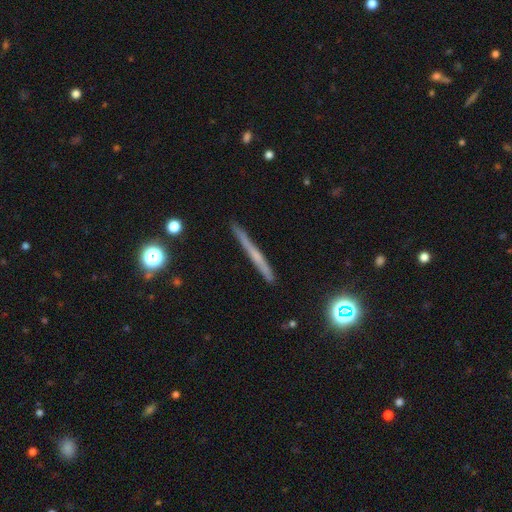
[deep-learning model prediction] A featured or disk galaxy (55%) viewed edge-on (97%) with no central bulge (75%).

Vote fractions:
- Smooth or featured? featured or disk: 55% / smooth: 36% / star or artifact: 9%
- Edge-on disk? yes: 97% / no: 3%
- Edge-on bulge? none: 75% / rounded: 20% / boxy: 6%
- Merging? none: 90% / minor disturbance: 7% / major disturbance: 1% / merger: 1%